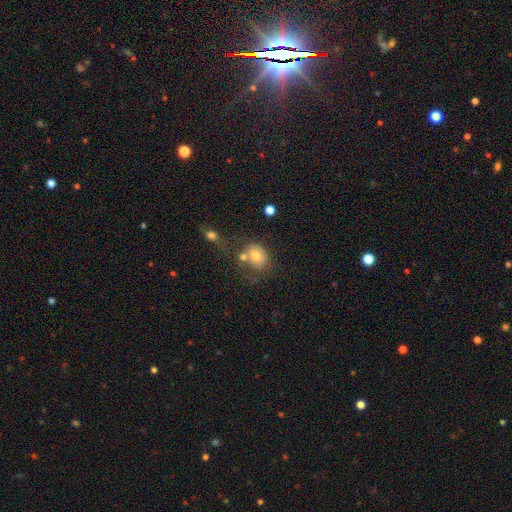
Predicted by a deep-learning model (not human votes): This is likely a smooth galaxy (74%). How rounded: likely round (61%). Merging: possibly none (47%).